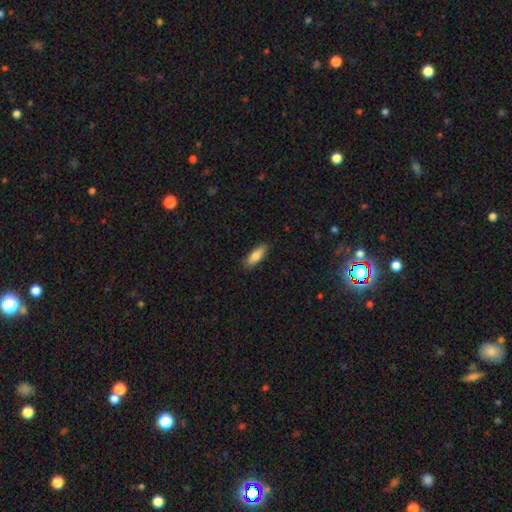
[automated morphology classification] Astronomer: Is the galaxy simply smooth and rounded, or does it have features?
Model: smooth — 81%.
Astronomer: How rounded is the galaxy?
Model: in between — 63%.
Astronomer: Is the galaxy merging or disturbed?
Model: none — 86%.